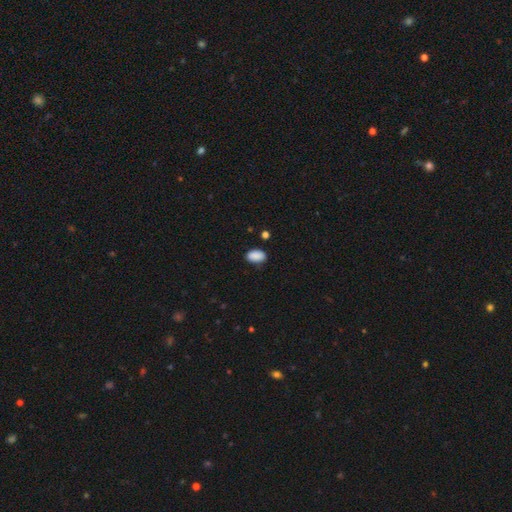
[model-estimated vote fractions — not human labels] A smooth galaxy with no disk features (89%) that is in between round and cigar-shaped (91%). Merging: none (80%).